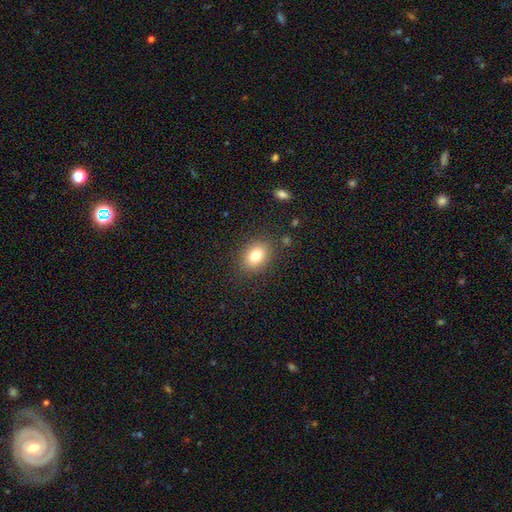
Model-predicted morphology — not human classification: This is likely a smooth galaxy (79%). How rounded: likely in between (62%). Merging: clearly none (86%).